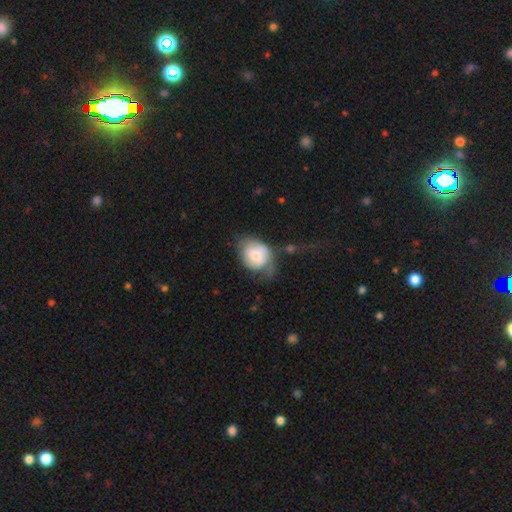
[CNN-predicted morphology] Smooth or featured? smooth (47%)
Merging? major disturbance (32%, tied with none)